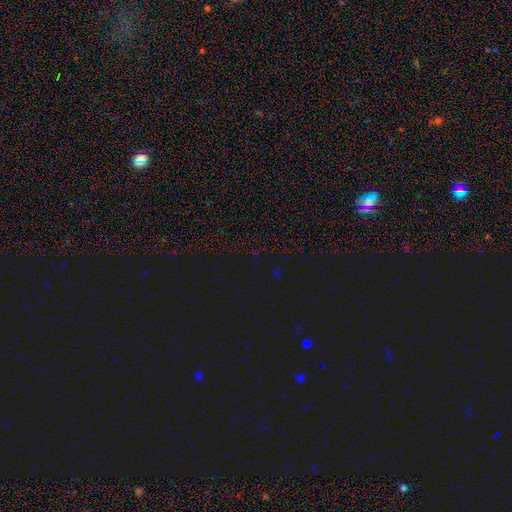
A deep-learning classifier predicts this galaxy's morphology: Overall: star or artifact (75%).